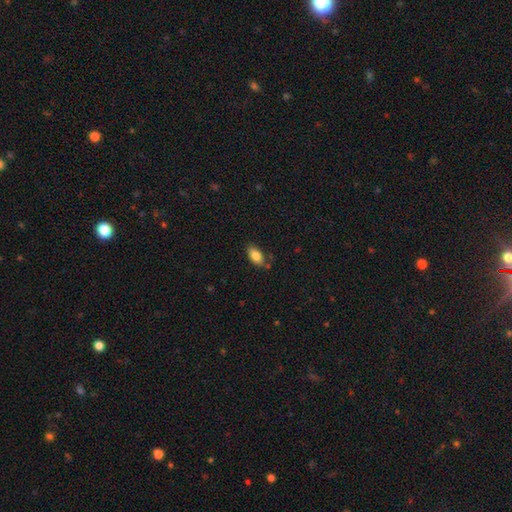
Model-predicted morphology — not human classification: A smooth galaxy with no disk features (83%) that is in between round and cigar-shaped (91%).

Vote fractions:
- Smooth or featured? smooth: 83% / featured or disk: 10% / star or artifact: 8%
- How rounded? in between: 91% / cigar-shaped: 5% / round: 4%
- Merging? none: 77% / minor disturbance: 16% / merger: 4% / major disturbance: 3%